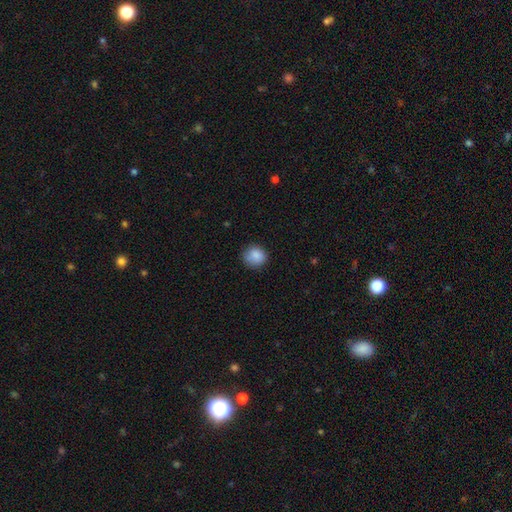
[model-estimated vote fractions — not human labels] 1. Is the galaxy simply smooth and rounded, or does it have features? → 86% smooth, 9% star or artifact, 5% featured or disk.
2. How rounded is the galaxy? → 81% round, 18% in between, 1% cigar-shaped.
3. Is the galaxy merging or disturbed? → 77% none, 17% minor disturbance, 4% major disturbance, 2% merger.